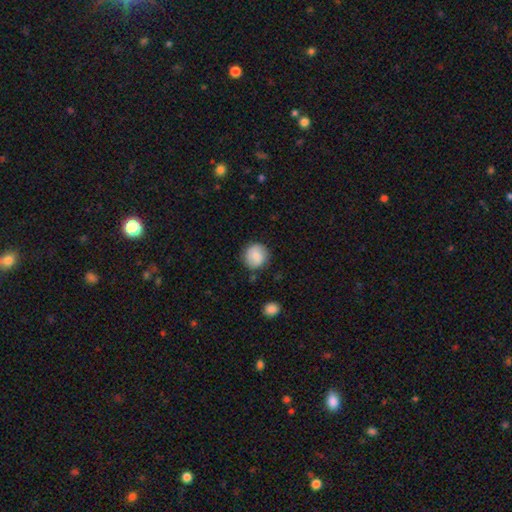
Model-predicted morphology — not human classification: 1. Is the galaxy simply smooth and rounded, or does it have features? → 78% smooth, 15% featured or disk, 7% star or artifact.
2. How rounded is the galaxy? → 91% round, 8% in between, 1% cigar-shaped.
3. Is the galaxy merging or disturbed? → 82% none, 13% minor disturbance, 3% major disturbance, 2% merger.